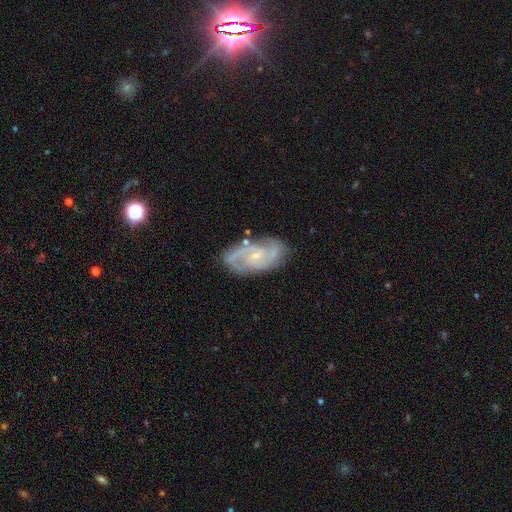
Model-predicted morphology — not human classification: smooth-or-featured: featured or disk: 86% | smooth: 8% | star or artifact: 5%
  disk-edge-on: no: 96% | yes: 4%
    bar: no: 55% | weak: 38% | strong: 8%
    has-spiral-arms: yes: 97% | no: 3%
      spiral-winding: medium: 51% | tight: 36% | loose: 13%
      spiral-arm-count: 2: 66% | 3: 16% | can't tell: 10% | 4: 3% | 1: 3% | more than 4: 3%
    bulge-size: small: 76% | moderate: 17% | none: 5% | large: 1% | dominant: 1%
  merging: none: 77% | minor disturbance: 16% | major disturbance: 5% | merger: 2%